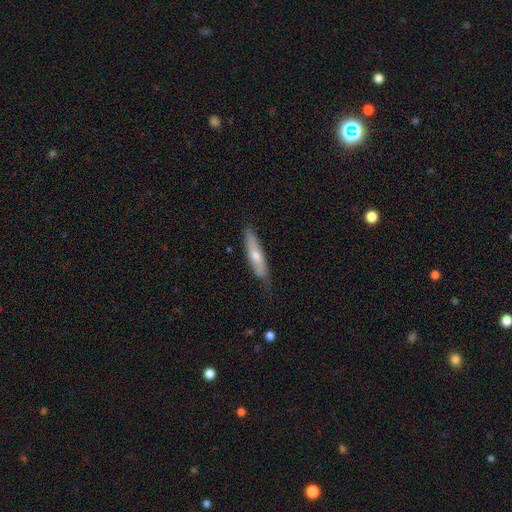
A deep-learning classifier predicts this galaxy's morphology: Smooth or featured?
  - smooth: 53% *
  - featured or disk: 41%
  - star or artifact: 6%
How rounded?
  - cigar-shaped: 82% *
  - in between: 16%
  - round: 2%
Merging?
  - none: 72% *
  - minor disturbance: 23%
  - major disturbance: 4%
  - merger: 1%